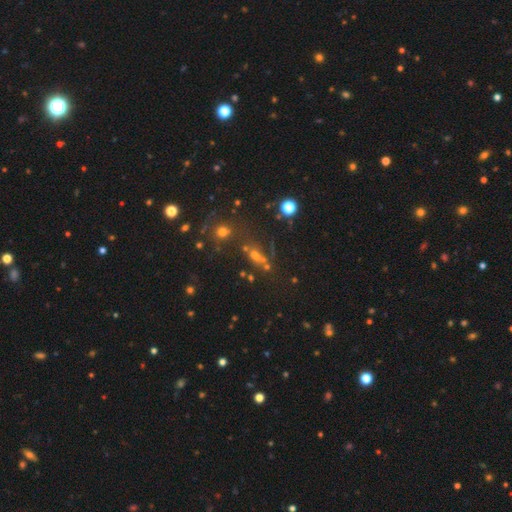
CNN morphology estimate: A star or artifact, not a galaxy (41%, tied with smooth).

Vote fractions:
- Smooth or featured? star or artifact: 41% (tied) / smooth: 41% (tied) / featured or disk: 18%